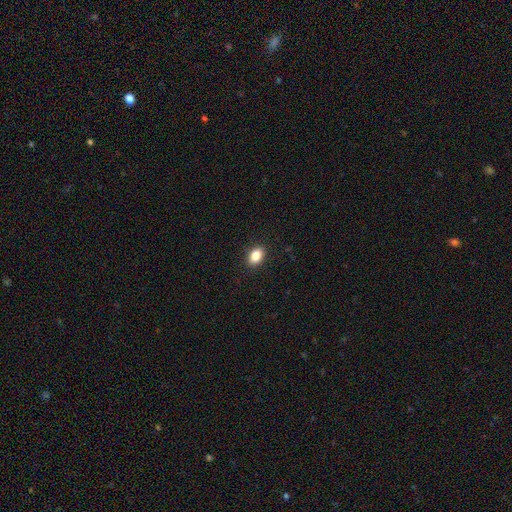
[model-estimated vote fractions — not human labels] The model was most divided on "how rounded": in between: 81%, round: 18%, cigar-shaped: 1%. More confident: merging — none (90%); smooth or featured — smooth (86%).